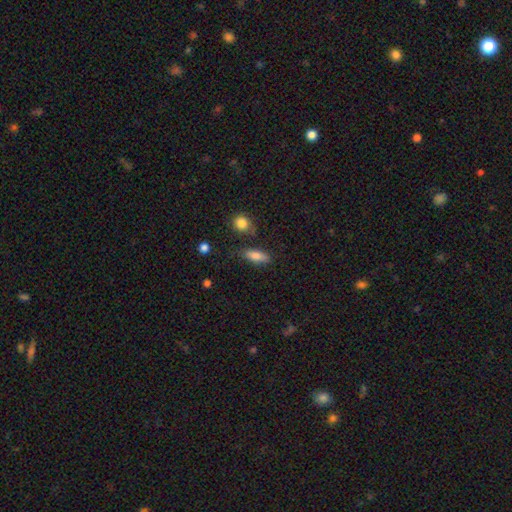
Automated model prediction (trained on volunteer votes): Smooth or featured?
  - smooth: 80% *
  - featured or disk: 12%
  - star or artifact: 8%
How rounded?
  - in between: 68% *
  - cigar-shaped: 28%
  - round: 4%
Merging?
  - none: 72% *
  - minor disturbance: 17%
  - merger: 6%
  - major disturbance: 5%